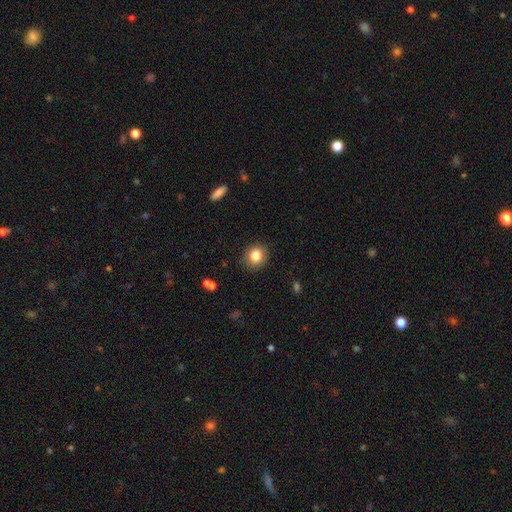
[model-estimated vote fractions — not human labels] Smooth or featured? smooth (83%)
How rounded? round (76%)
Merging? none (87%)